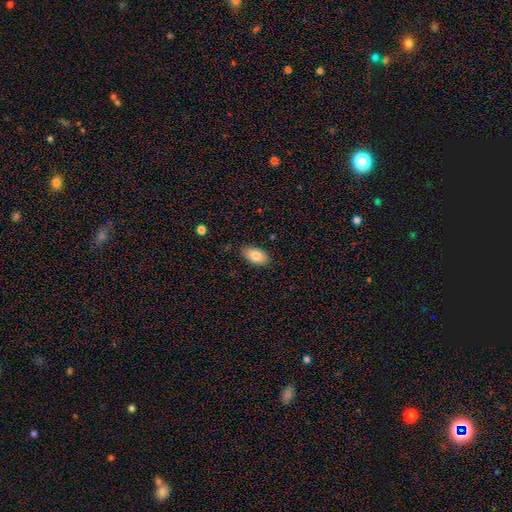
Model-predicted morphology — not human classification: Smooth or featured?
  - smooth: 84% *
  - featured or disk: 9%
  - star or artifact: 7%
How rounded?
  - in between: 93% *
  - round: 5%
  - cigar-shaped: 2%
Merging?
  - none: 83% *
  - minor disturbance: 13%
  - major disturbance: 2%
  - merger: 1%